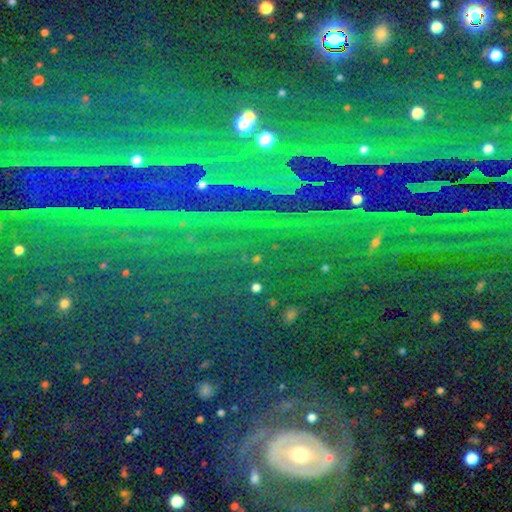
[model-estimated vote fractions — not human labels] Smooth or featured? star or artifact (72%)